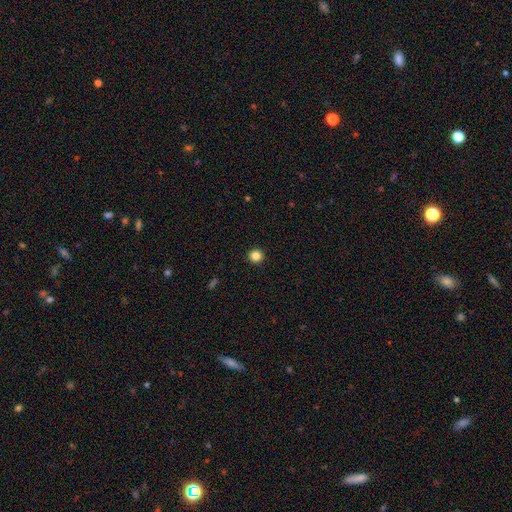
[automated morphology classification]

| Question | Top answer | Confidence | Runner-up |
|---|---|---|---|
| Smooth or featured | smooth | 85% | star or artifact (11%) |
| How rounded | round | 96% | in between (3%) |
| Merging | none | 94% | minor disturbance (4%) |